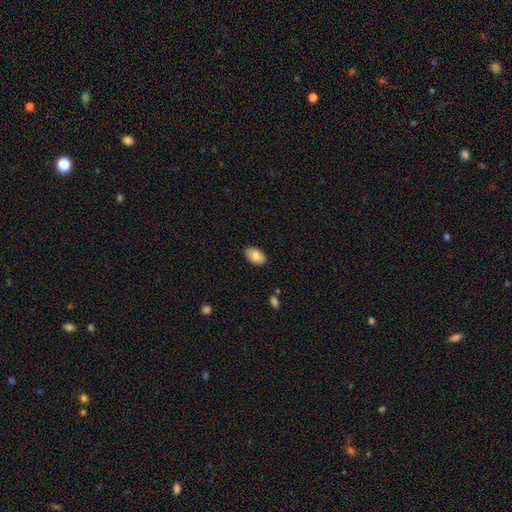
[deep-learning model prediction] This is clearly a smooth galaxy (80%). How rounded: clearly in between (93%). Merging: clearly none (86%).